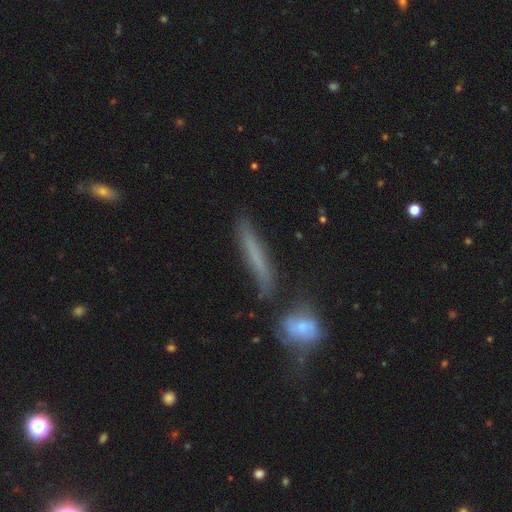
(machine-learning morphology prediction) This is possibly a smooth galaxy (55%). How rounded: clearly cigar-shaped (91%). Merging: likely none (71%).